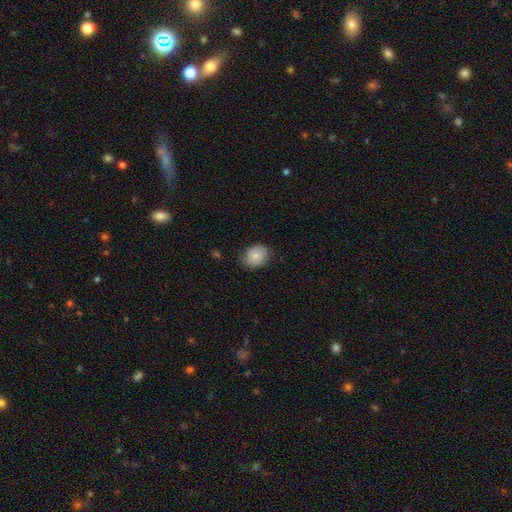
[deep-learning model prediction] smooth-or-featured: smooth: 83% | featured or disk: 9% | star or artifact: 8%
  how-rounded: round: 61% | in between: 38% | cigar-shaped: 1%
  merging: none: 76% | minor disturbance: 19% | major disturbance: 4% | merger: 1%